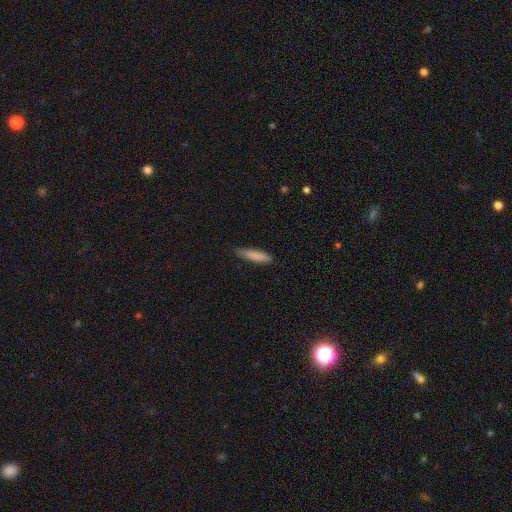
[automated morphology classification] smooth_or_featured: smooth (p=0.84) [alt: featured or disk p=0.10]
how_rounded: cigar-shaped (p=0.82) [alt: in between p=0.17]
merging: none (p=0.82) [alt: minor disturbance p=0.14]